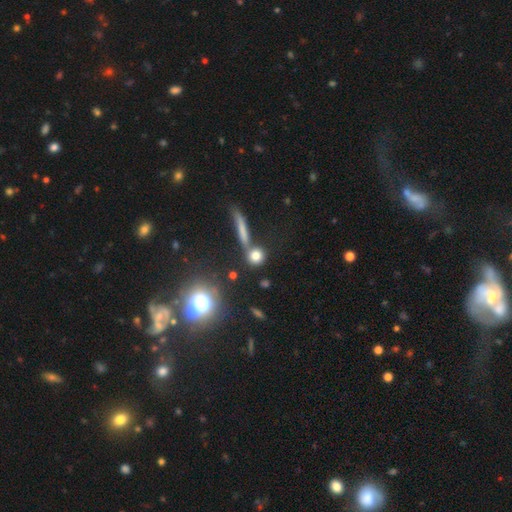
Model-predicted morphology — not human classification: A smooth galaxy with no disk features (73%) that is round (80%). Merging: none (66%).